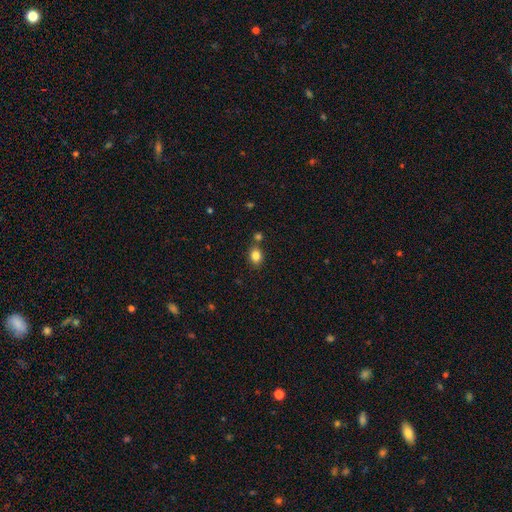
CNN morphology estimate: Smooth or featured? Predicted: smooth (p=0.84). How rounded? Predicted: in between (p=0.53). Merging? Predicted: none (p=0.74).